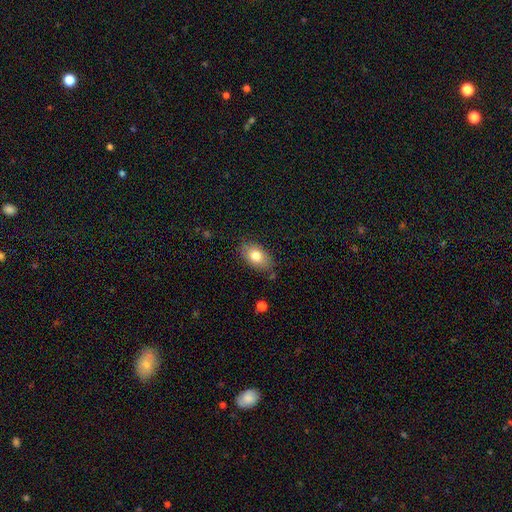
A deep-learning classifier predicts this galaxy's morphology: smooth-or-featured: smooth: 78% | featured or disk: 14% | star or artifact: 8%
  how-rounded: in between: 90% | round: 8% | cigar-shaped: 2%
  merging: none: 79% | minor disturbance: 15% | major disturbance: 3% | merger: 2%